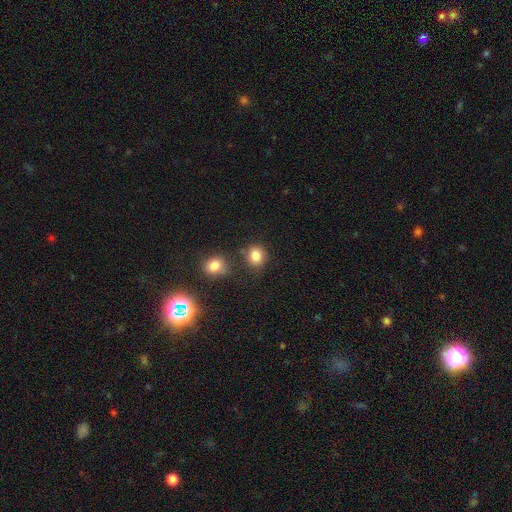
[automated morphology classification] Smooth or featured? smooth (83%)
How rounded? round (75%)
Merging? none (75%)